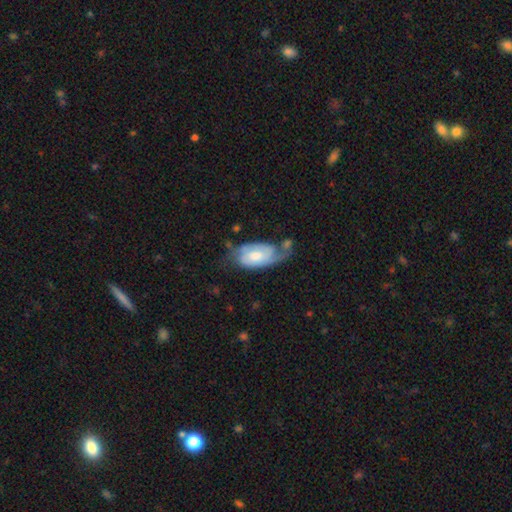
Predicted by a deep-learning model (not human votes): smooth_or_featured: featured or disk (p=0.70) [alt: smooth p=0.24]
disk_edge_on: no (p=0.94) [alt: yes p=0.06]
bar: no (p=0.62) [alt: weak p=0.32]
has_spiral_arms: yes (p=0.90) [alt: no p=0.10]
spiral_winding: tight (p=0.43) [alt: medium p=0.39]
spiral_arm_count: 2 (p=0.61) [alt: can't tell p=0.17]
bulge_size: moderate (p=0.51) [alt: small p=0.24]
merging: none (p=0.42) [alt: minor disturbance p=0.29]